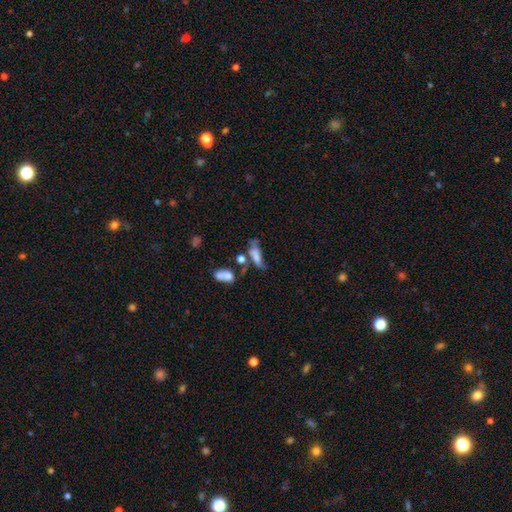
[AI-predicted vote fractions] smooth_or_featured: smooth (p=0.60) [alt: featured or disk p=0.28]
how_rounded: in between (p=0.59) [alt: cigar-shaped p=0.36]
merging: none (p=0.27) [alt: major disturbance p=0.26]